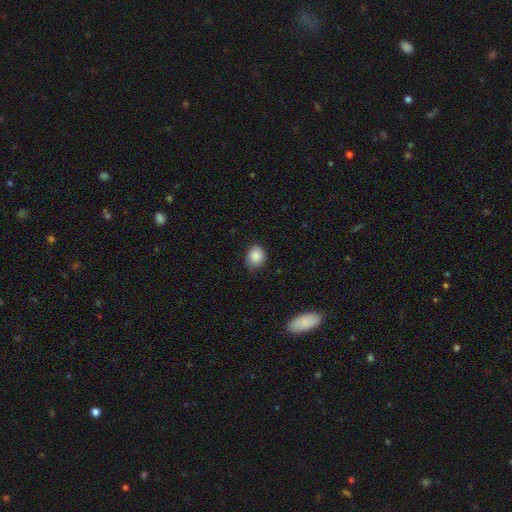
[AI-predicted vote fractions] smooth-or-featured: smooth: 87% | star or artifact: 8% | featured or disk: 5%
  how-rounded: round: 67% | in between: 32% | cigar-shaped: 1%
  merging: none: 77% | minor disturbance: 19% | major disturbance: 3% | merger: 1%